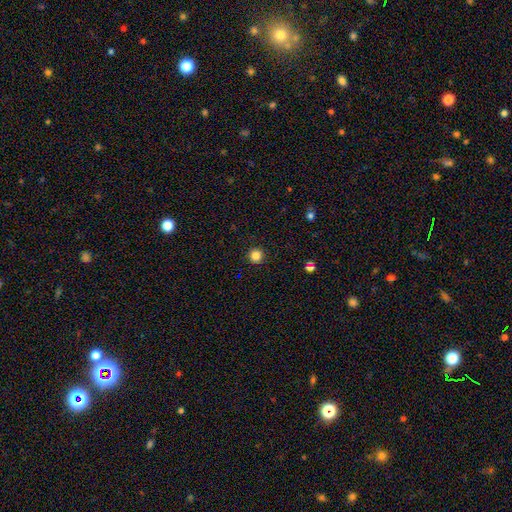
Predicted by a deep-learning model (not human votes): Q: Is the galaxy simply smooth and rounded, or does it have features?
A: smooth — 84%.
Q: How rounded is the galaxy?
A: round — 96%.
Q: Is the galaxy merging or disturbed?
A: none — 93%.